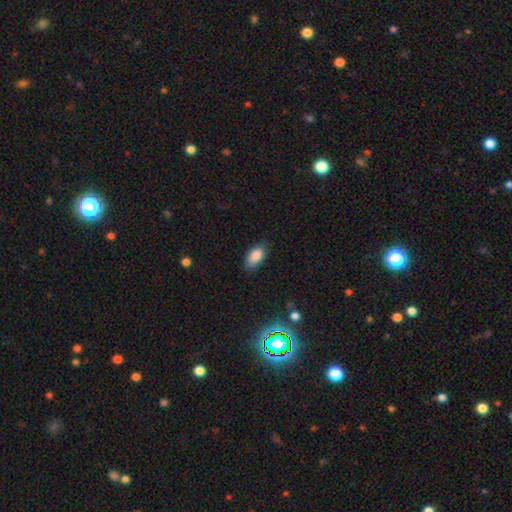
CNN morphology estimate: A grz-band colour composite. It shows a smooth galaxy with no disk features (87%) that is in between round and cigar-shaped (92%). Merging: none (78%).